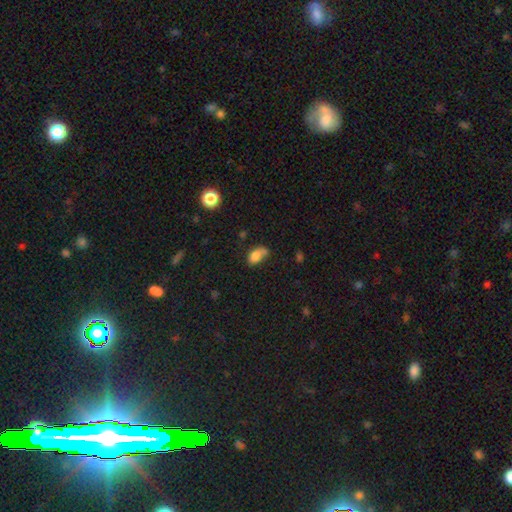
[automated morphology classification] Overall: smooth (79%). How rounded: in between (80%). Merging: none (39%; minor disturbance 26%).